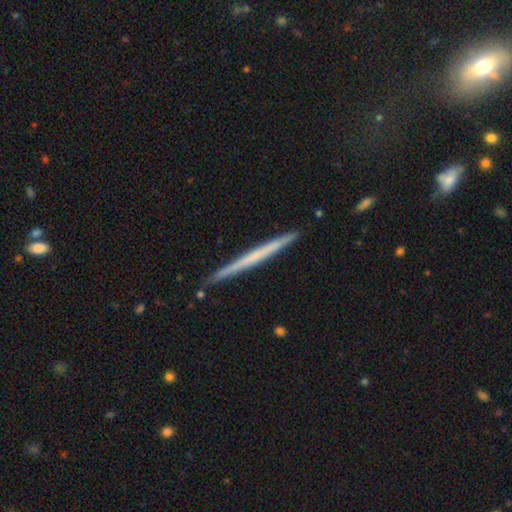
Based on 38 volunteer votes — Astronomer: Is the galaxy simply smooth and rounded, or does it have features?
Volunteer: featured or disk — 53% (runner-up: smooth, 42%).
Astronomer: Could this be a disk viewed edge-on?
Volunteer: yes — 100%.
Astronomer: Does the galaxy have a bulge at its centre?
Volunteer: none — 90%.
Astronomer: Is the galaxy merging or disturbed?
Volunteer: none — 83%.